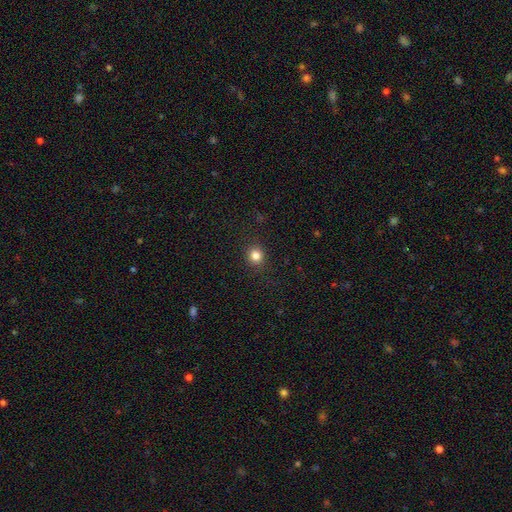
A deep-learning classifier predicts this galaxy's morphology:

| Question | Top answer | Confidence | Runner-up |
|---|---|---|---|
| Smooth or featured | smooth | 83% | star or artifact (12%) |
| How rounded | round | 87% | in between (12%) |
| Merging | none | 89% | minor disturbance (7%) |